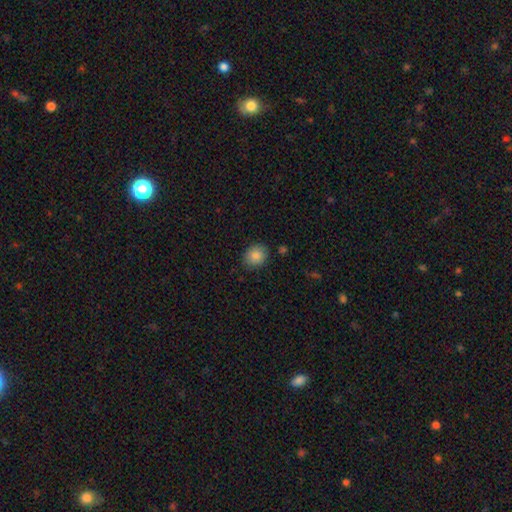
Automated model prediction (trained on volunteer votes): smooth-or-featured: smooth: 86% | star or artifact: 8% | featured or disk: 6%
  how-rounded: round: 60% | in between: 39% | cigar-shaped: 1%
  merging: none: 84% | minor disturbance: 12% | major disturbance: 2% | merger: 2%